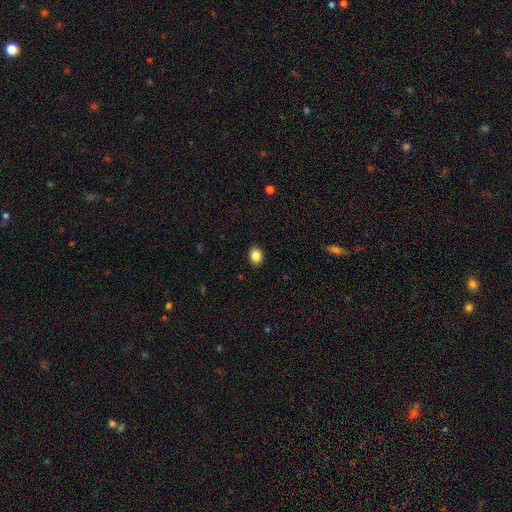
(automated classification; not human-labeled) Overall: smooth (86%). How rounded: round (51%; in between 48%). Merging: none (90%).